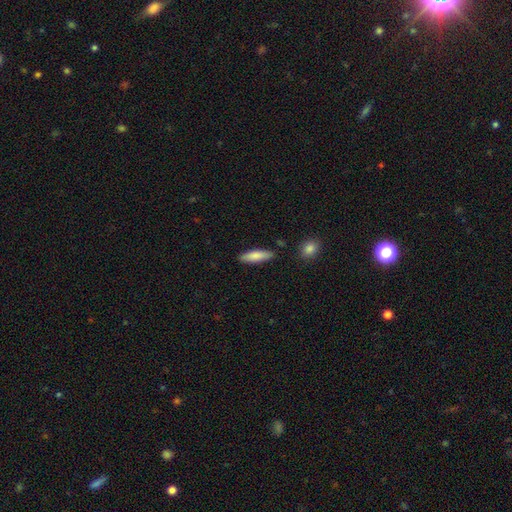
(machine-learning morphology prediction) Smooth or featured? smooth (82%)
How rounded? cigar-shaped (63%)
Merging? none (85%)